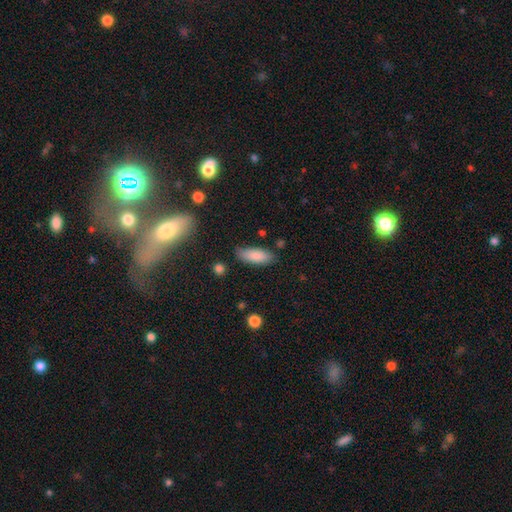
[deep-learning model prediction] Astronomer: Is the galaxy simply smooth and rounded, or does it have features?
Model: smooth — 85%.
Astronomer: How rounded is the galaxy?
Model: in between — 75%.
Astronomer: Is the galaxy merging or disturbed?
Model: none — 78%.